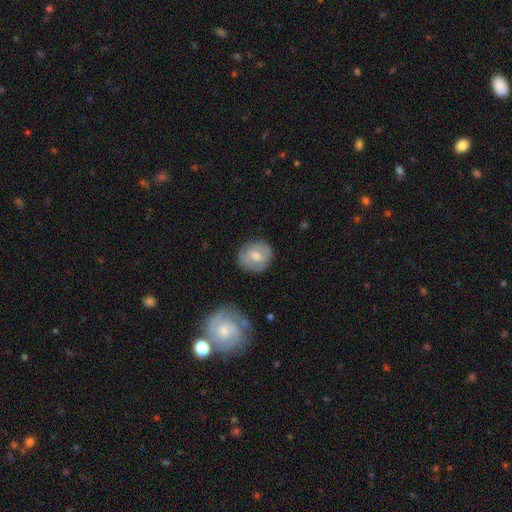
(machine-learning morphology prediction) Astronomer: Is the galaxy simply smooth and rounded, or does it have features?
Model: smooth — 54% (runner-up: featured or disk, 40%).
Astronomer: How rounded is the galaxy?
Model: round — 77%.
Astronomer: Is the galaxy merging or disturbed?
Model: none — 79%.